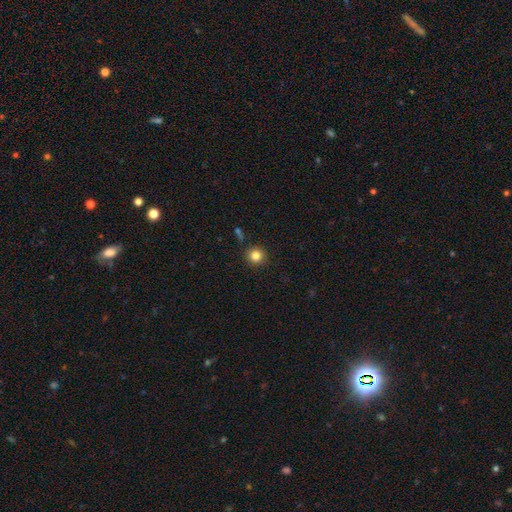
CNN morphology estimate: A smooth galaxy with no disk features (83%) that is round (93%). Merging: none (90%).